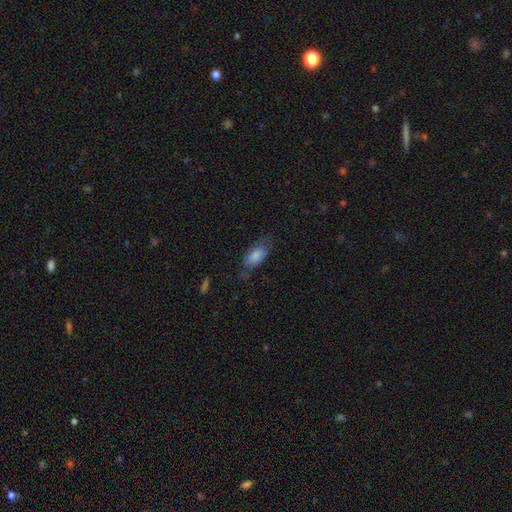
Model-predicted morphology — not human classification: smooth 79%, featured or disk 14%, star or artifact 7%. Down the decision tree: how rounded — in between (87%); merging — none (57%).